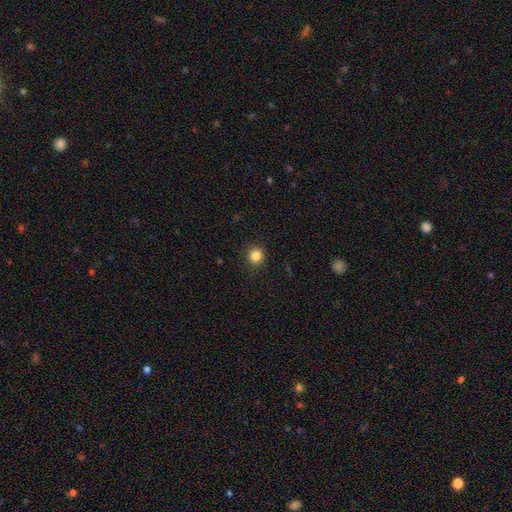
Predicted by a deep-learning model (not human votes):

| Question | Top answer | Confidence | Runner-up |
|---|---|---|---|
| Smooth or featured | smooth | 84% | star or artifact (12%) |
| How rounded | round | 89% | in between (10%) |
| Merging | none | 91% | minor disturbance (6%) |